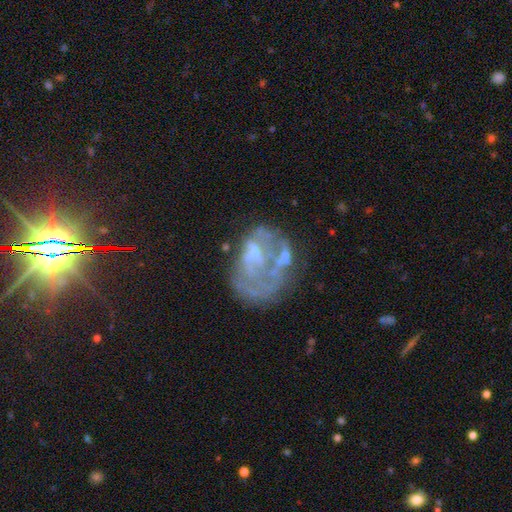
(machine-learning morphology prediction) smooth-or-featured: featured or disk: 70% | smooth: 19% | star or artifact: 12%
  disk-edge-on: no: 98% | yes: 2%
    bar: no: 73% | weak: 21% | strong: 6%
    has-spiral-arms: no: 68% | yes: 32%
    bulge-size: none: 52% | small: 31% | moderate: 14% | large: 2% | dominant: 1%
  merging: none: 35% | major disturbance: 34% | minor disturbance: 19% | merger: 12%